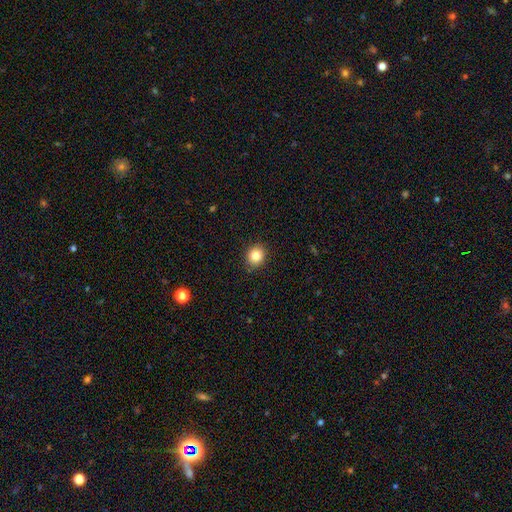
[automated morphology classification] type=smooth (84%); roundness=round (82%); merging=none (89%).